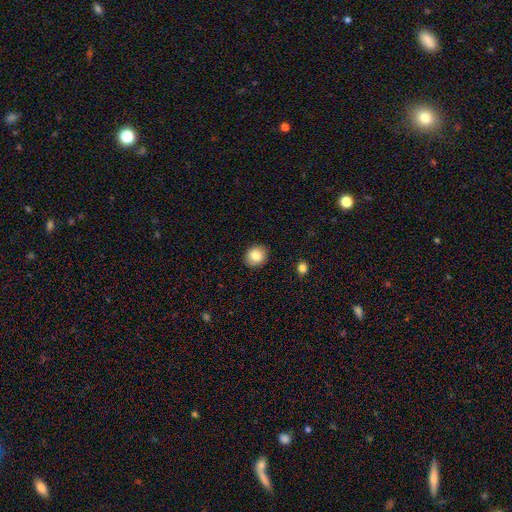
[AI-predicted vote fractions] The model was most divided on "how rounded": round: 74%, in between: 25%, cigar-shaped: 1%. More confident: merging — none (90%); smooth or featured — smooth (82%).